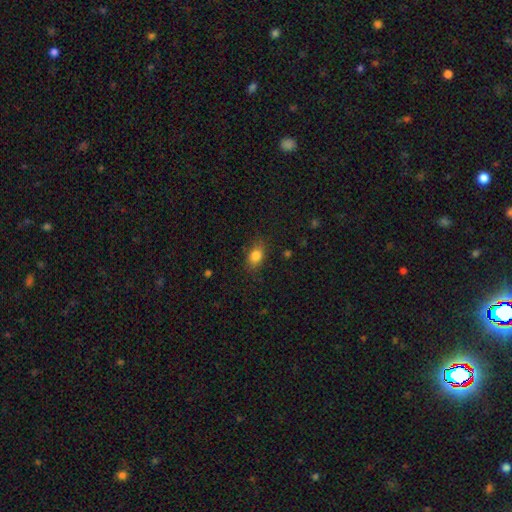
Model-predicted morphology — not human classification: smooth-or-featured: smooth: 83% | star or artifact: 10% | featured or disk: 8%
  how-rounded: in between: 77% | round: 21% | cigar-shaped: 2%
  merging: none: 80% | minor disturbance: 15% | major disturbance: 4% | merger: 1%